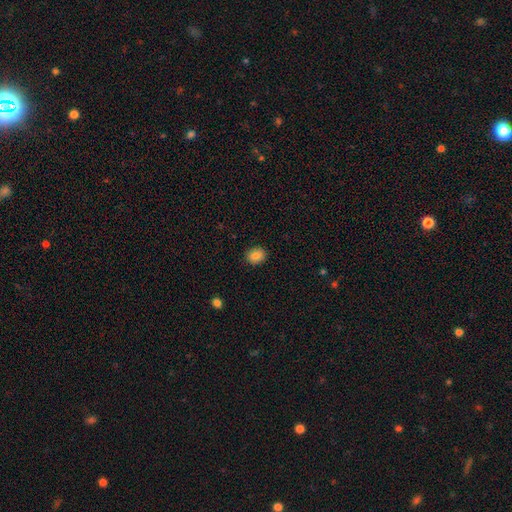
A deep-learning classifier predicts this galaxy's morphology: smooth 85%, star or artifact 9%, featured or disk 6%. Down the decision tree: how rounded — round (68%); merging — none (89%).